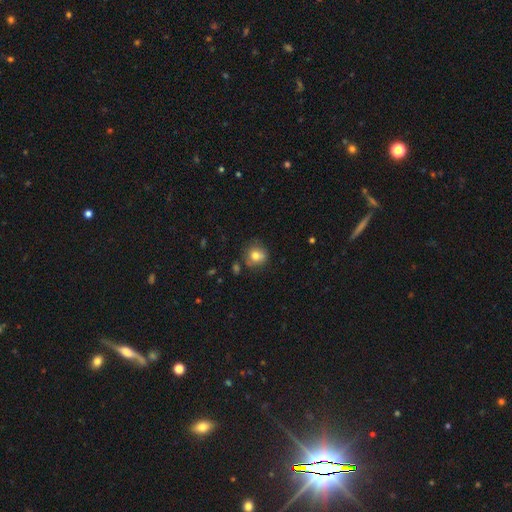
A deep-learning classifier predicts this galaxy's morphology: A smooth galaxy with no disk features (75%) that is round (83%).

Vote fractions:
- Smooth or featured? smooth: 75% / featured or disk: 14% / star or artifact: 11%
- How rounded? round: 83% / in between: 16% / cigar-shaped: 1%
- Merging? none: 70% / minor disturbance: 18% / merger: 7% / major disturbance: 5%